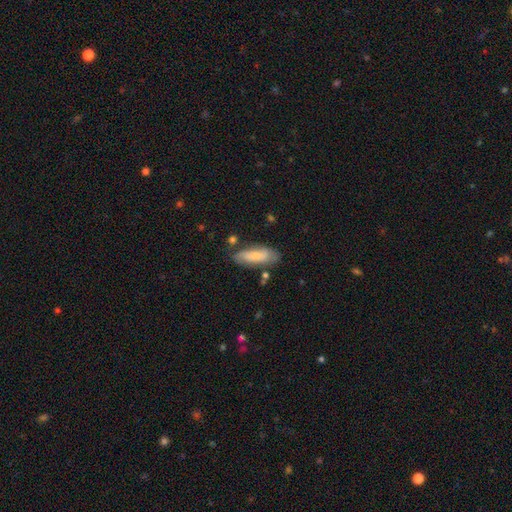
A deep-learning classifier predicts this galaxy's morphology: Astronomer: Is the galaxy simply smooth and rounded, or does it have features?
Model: smooth — 64%.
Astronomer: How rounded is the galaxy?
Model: in between — 69%.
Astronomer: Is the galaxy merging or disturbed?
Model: none — 70%.